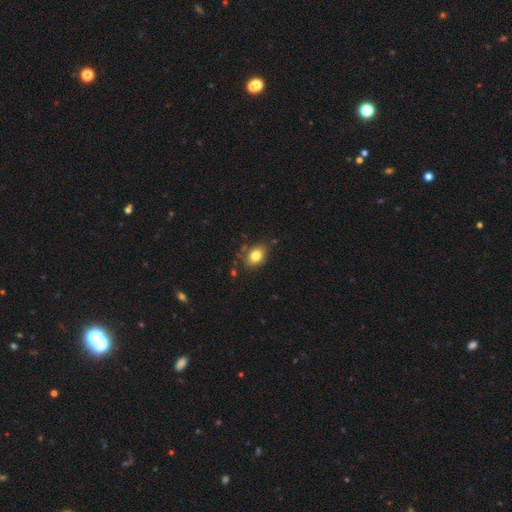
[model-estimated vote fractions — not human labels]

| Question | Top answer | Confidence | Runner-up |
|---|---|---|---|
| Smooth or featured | smooth | 80% | featured or disk (10%) |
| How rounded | in between | 72% | round (27%) |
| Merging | none | 76% | minor disturbance (16%) |